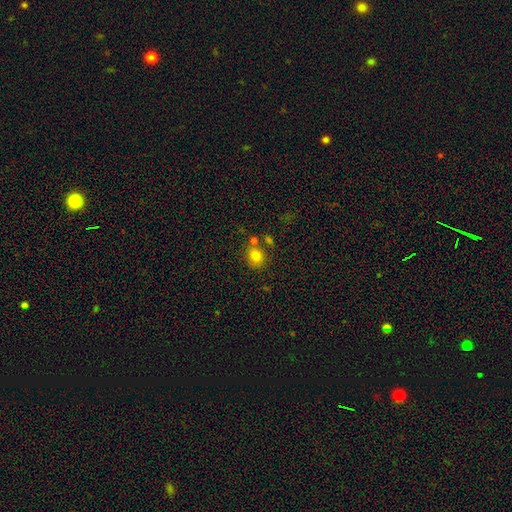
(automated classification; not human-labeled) smooth_or_featured: smooth (p=0.79) [alt: star or artifact p=0.12]
how_rounded: round (p=0.72) [alt: in between p=0.28]
merging: none (p=0.67) [alt: merger p=0.16]